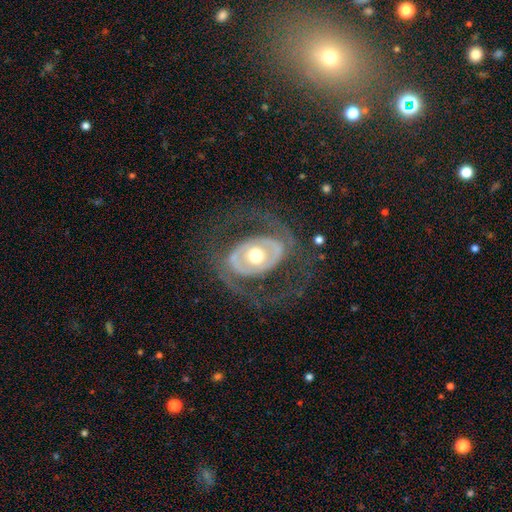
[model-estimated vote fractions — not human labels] Overall: featured or disk (78%). Edge-on disk: no (94%). Bar: no (73%). Spiral arms: yes (58%; no 42%). Bulge size: moderate (66%; large 26%). Merging: none (66%).